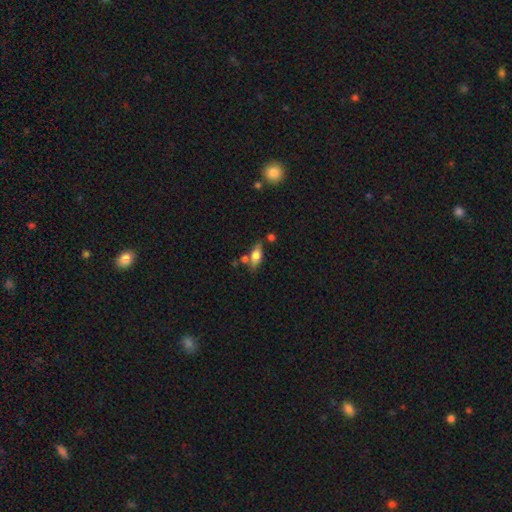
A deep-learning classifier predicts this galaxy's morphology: smooth_or_featured: smooth (p=0.61) [alt: featured or disk p=0.31]
how_rounded: in between (p=0.72) [alt: cigar-shaped p=0.23]
merging: none (p=0.65) [alt: minor disturbance p=0.17]